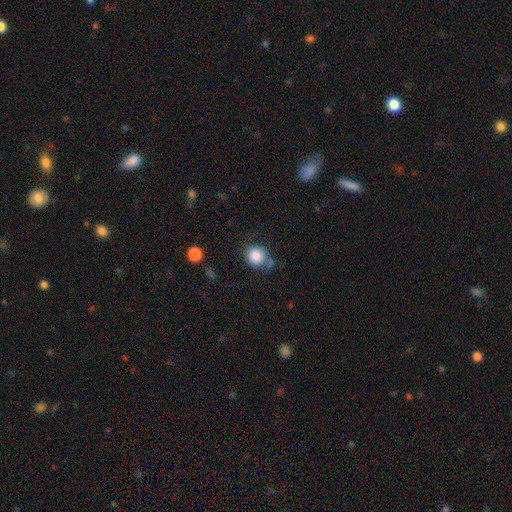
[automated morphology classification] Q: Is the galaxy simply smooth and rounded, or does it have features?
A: smooth — 85%.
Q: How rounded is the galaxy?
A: round — 87%.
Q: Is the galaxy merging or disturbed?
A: none — 63%.